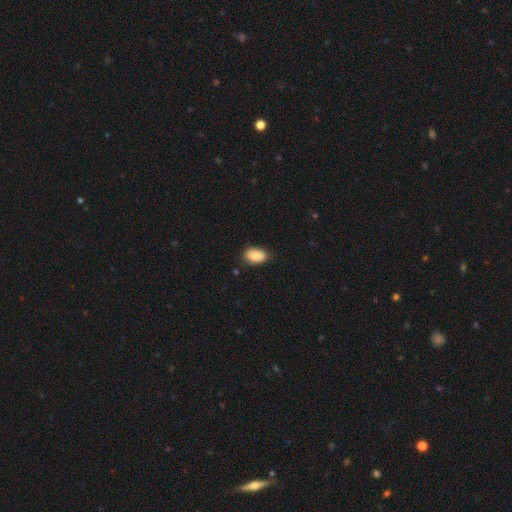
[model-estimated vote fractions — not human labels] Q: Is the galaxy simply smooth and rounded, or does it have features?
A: smooth — 89%.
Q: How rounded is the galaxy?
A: in between — 91%.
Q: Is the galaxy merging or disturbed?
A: none — 81%.